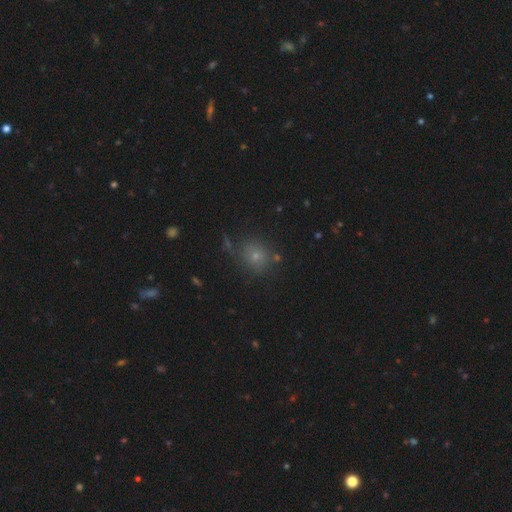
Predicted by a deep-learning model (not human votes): The model was most divided on "smooth or featured": smooth: 69%, star or artifact: 21%, featured or disk: 10%. More confident: how rounded — round (82%); merging — none (76%).